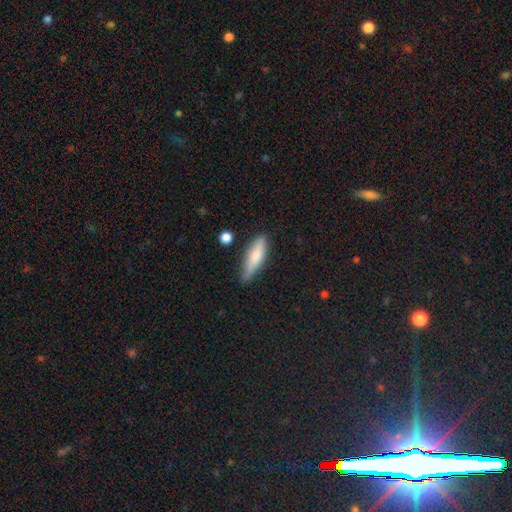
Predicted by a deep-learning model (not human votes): smooth-or-featured: smooth: 72% | featured or disk: 22% | star or artifact: 6%
  how-rounded: cigar-shaped: 65% | in between: 33% | round: 2%
  merging: none: 71% | minor disturbance: 22% | major disturbance: 4% | merger: 3%